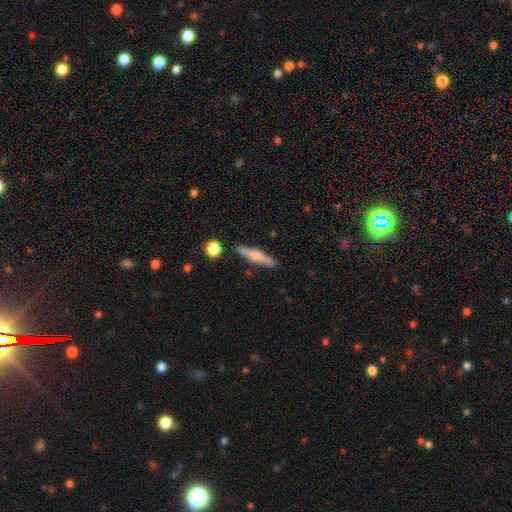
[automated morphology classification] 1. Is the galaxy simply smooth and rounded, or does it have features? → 48% smooth, 46% featured or disk, 6% star or artifact.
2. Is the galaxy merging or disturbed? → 87% none, 8% minor disturbance, 3% merger, 2% major disturbance.